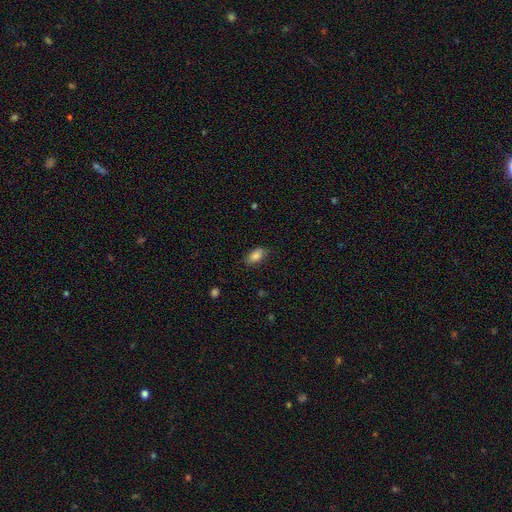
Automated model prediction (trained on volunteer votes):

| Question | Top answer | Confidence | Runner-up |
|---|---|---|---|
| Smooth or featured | smooth | 85% | star or artifact (8%) |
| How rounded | in between | 90% | round (5%) |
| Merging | none | 78% | minor disturbance (17%) |